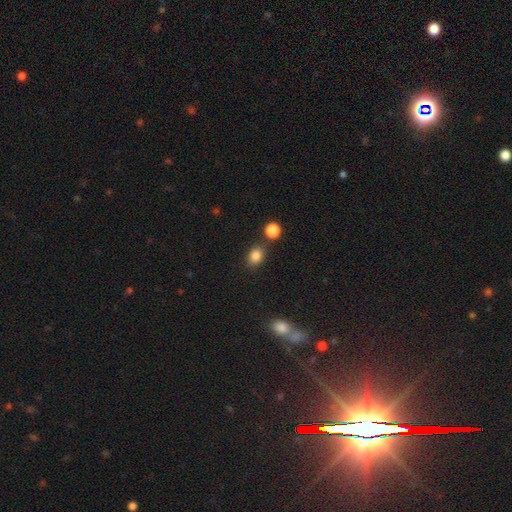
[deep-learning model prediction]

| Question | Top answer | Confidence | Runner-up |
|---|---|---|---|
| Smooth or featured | smooth | 83% | star or artifact (11%) |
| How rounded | in between | 57% | round (42%) |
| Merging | none | 76% | minor disturbance (11%) |